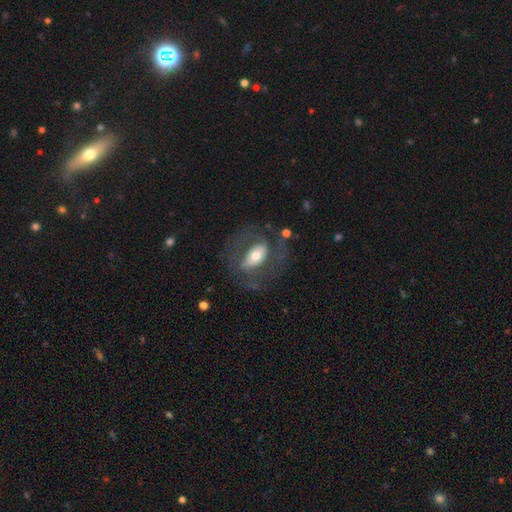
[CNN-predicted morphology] Smooth or featured? featured or disk (61%)
Edge-on disk? no (92%)
Bar? no (41%)
Spiral arms? yes (57%)
Bulge size? moderate (64%)
Merging? none (59%)